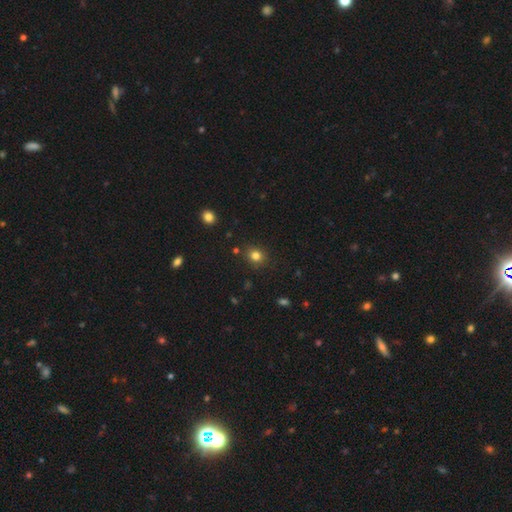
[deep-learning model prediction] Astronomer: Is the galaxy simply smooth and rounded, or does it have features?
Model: smooth — 81%.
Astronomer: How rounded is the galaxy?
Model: round — 72%.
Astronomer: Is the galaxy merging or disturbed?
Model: none — 86%.